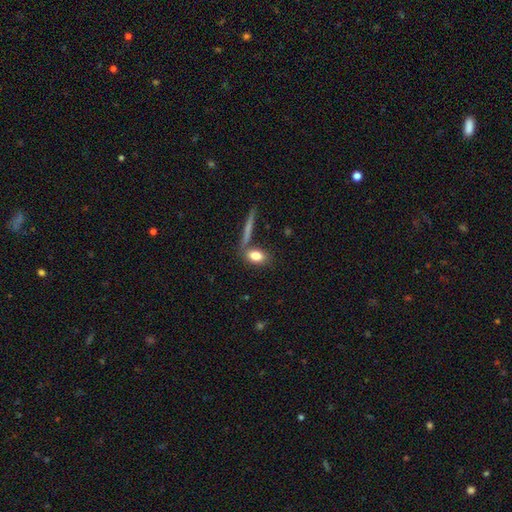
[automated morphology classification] smooth_or_featured: smooth (p=0.80) [alt: featured or disk p=0.12]
how_rounded: in between (p=0.76) [alt: round p=0.13]
merging: none (p=0.66) [alt: merger p=0.17]